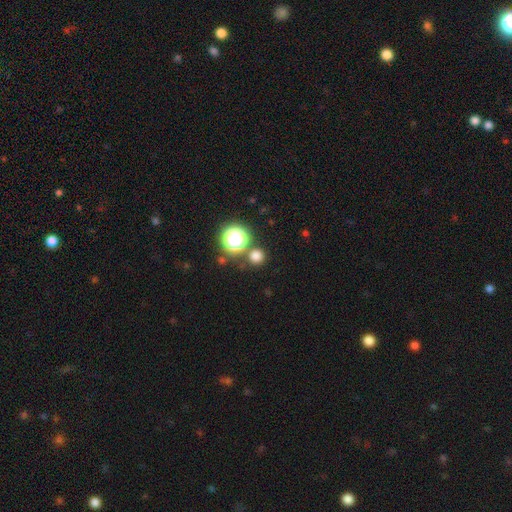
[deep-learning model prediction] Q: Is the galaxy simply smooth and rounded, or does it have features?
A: smooth — 73%.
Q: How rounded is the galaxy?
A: round — 93%.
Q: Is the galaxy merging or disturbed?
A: none — 80%.